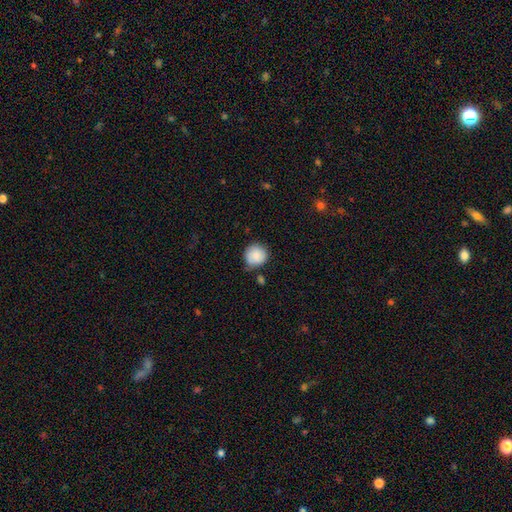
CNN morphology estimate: Q: Smooth or featured?
A: smooth (84%); runner-up: featured or disk (8%)
Q: How rounded?
A: round (91%); runner-up: in between (8%)
Q: Merging?
A: none (68%); runner-up: minor disturbance (23%)